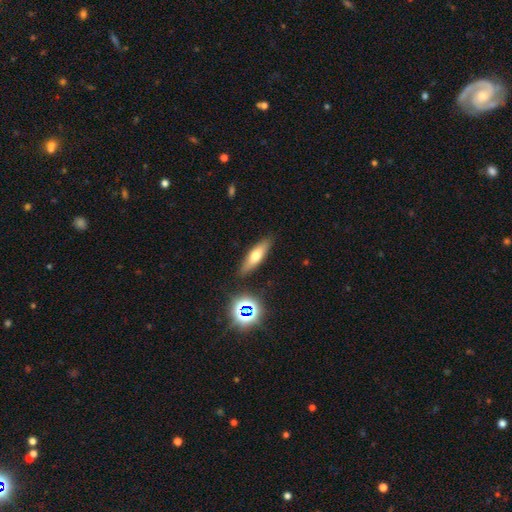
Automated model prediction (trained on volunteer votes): The model was most divided on "how rounded": cigar-shaped: 55%, in between: 41%, round: 4%. More confident: merging — none (86%); smooth or featured — smooth (59%).